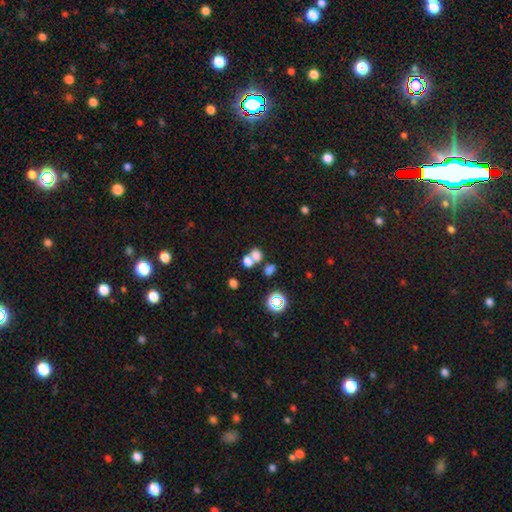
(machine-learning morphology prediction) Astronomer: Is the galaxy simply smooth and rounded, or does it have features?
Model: smooth — 68%.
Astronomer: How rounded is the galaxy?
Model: round — 60% (runner-up: in between, 39%).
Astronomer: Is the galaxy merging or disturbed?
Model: merger — 55% (runner-up: none, 35%).